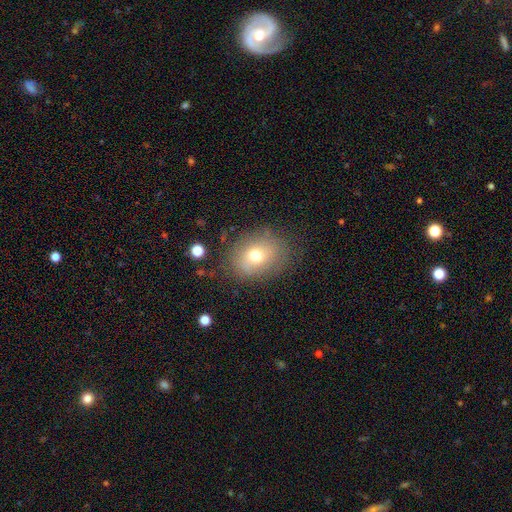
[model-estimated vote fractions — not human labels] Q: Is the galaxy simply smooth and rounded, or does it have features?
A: smooth — 65%.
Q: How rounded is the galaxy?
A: in between — 60%.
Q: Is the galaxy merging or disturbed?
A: none — 78%.